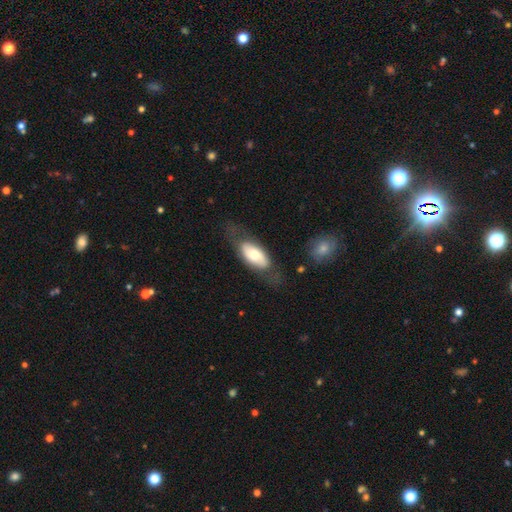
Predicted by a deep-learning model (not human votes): Morphology: type=smooth (57%); roundness=in between (87%); merging=none (64%).